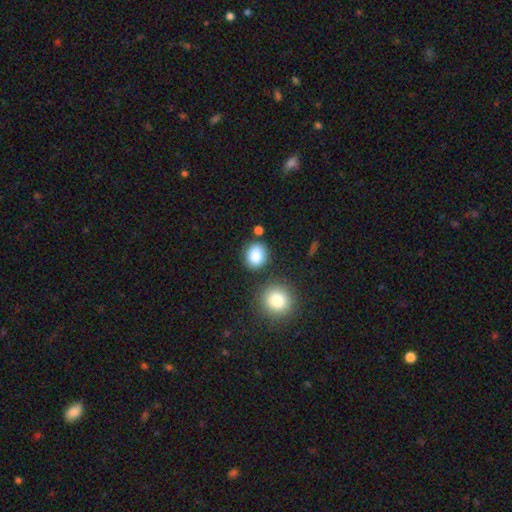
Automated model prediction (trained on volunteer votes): Smooth or featured: smooth — 85% (star or artifact — 9%)
How rounded: round — 65% (in between — 34%)
Merging: none — 77% (minor disturbance — 11%)